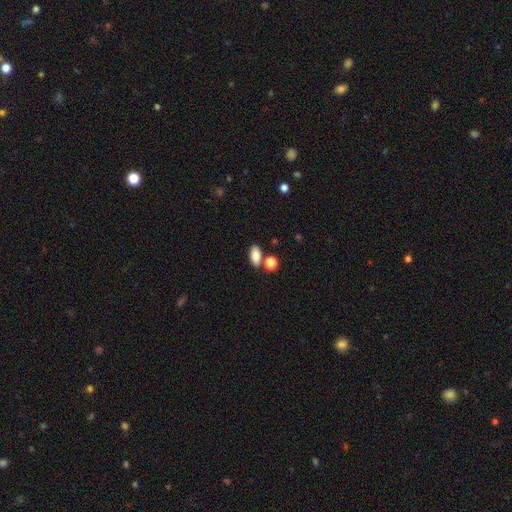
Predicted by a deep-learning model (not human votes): Morphology: type=smooth (85%); roundness=in between (89%); merging=none (70%).